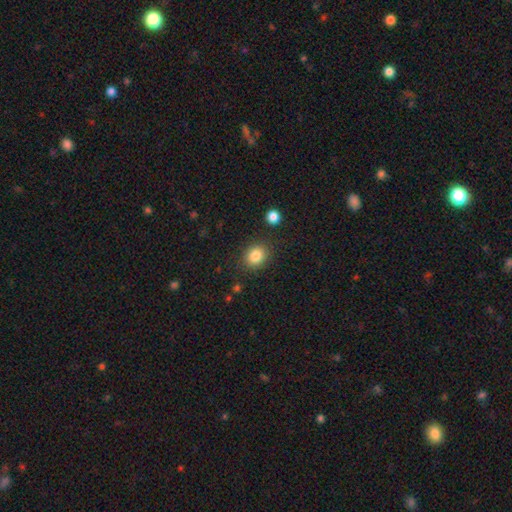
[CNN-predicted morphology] This is clearly a smooth galaxy (84%). How rounded: likely round (64%). Merging: clearly none (85%).